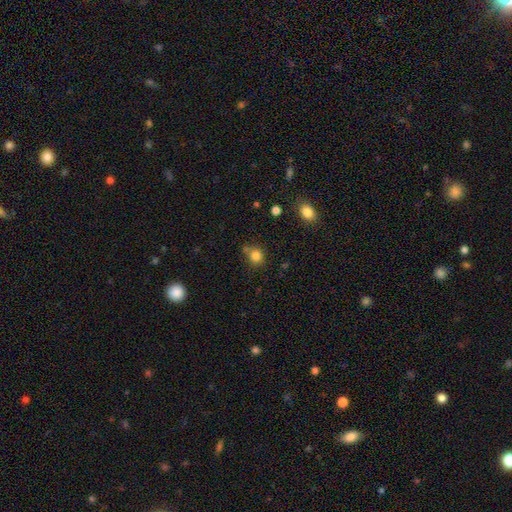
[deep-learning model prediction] Smooth or featured? smooth (82%)
How rounded? round (83%)
Merging? none (71%)